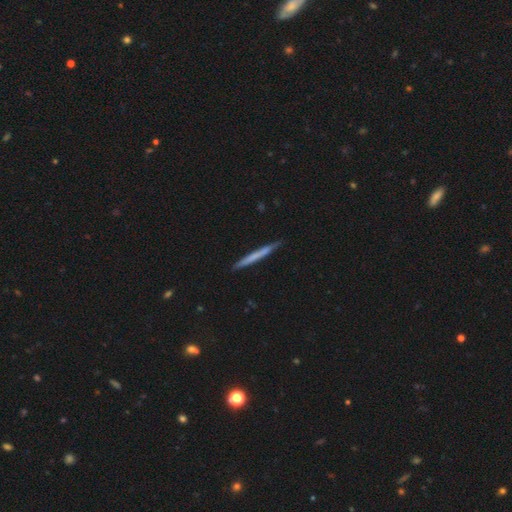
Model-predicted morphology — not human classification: Q: Smooth or featured?
A: smooth (56%); runner-up: featured or disk (39%)
Q: How rounded?
A: cigar-shaped (97%); runner-up: in between (2%)
Q: Merging?
A: none (90%); runner-up: minor disturbance (8%)